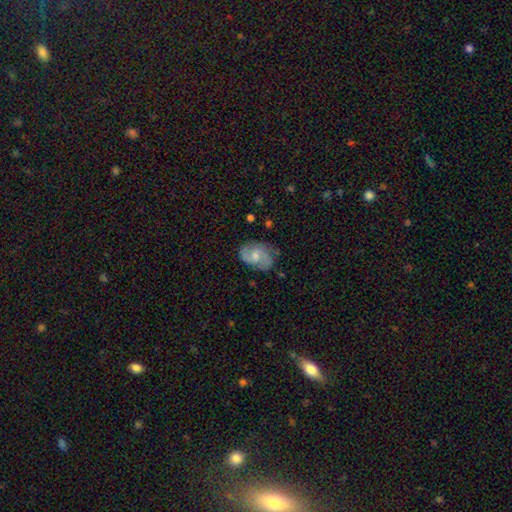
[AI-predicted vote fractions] smooth_or_featured: featured or disk (p=0.66) [alt: smooth p=0.27]
disk_edge_on: no (p=0.97) [alt: yes p=0.03]
bar: no (p=0.53) [alt: weak p=0.41]
has_spiral_arms: yes (p=0.89) [alt: no p=0.11]
spiral_winding: medium (p=0.49) [alt: tight p=0.26]
spiral_arm_count: 2 (p=0.76) [alt: can't tell p=0.12]
bulge_size: moderate (p=0.51) [alt: small p=0.40]
merging: none (p=0.70) [alt: minor disturbance p=0.22]